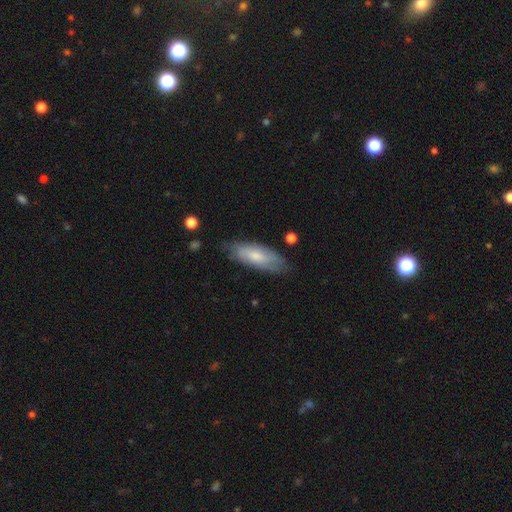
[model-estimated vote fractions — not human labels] Smooth or featured: smooth — 66% (featured or disk — 28%)
How rounded: in between — 69% (cigar-shaped — 30%)
Merging: none — 75% (minor disturbance — 20%)